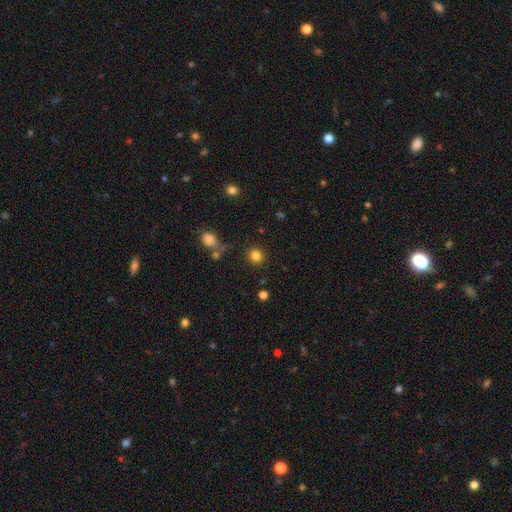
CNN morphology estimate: smooth 82%, star or artifact 13%, featured or disk 5%. Down the decision tree: how rounded — round (92%); merging — none (87%).